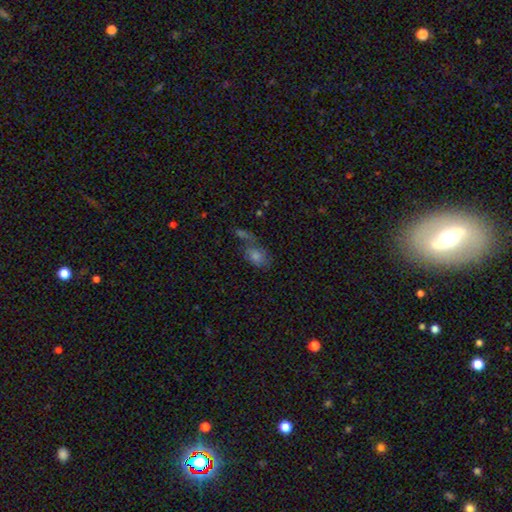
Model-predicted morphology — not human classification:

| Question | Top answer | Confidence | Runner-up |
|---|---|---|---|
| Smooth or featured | smooth | 61% | featured or disk (20%) |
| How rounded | in between | 74% | round (23%) |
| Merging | none | 45% | merger (29%) |